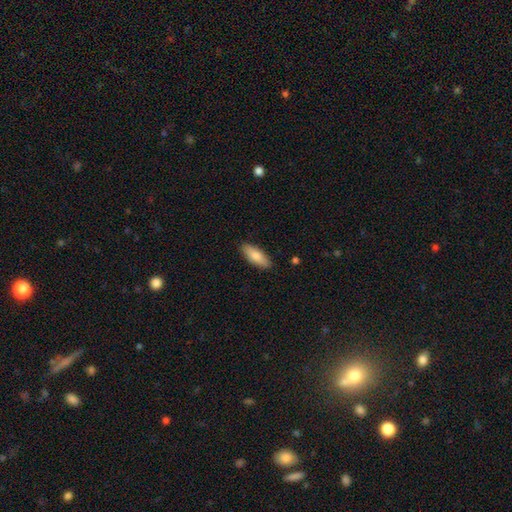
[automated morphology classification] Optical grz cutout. It shows a smooth galaxy with no disk features (81%) that is in between round and cigar-shaped (69%). Merging: none (88%).